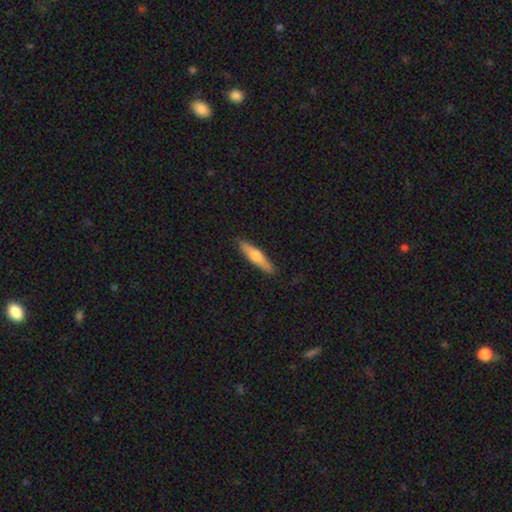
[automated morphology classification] smooth_or_featured: smooth (p=0.51) [alt: featured or disk p=0.43]
how_rounded: cigar-shaped (p=0.81) [alt: in between p=0.17]
merging: none (p=0.90) [alt: minor disturbance p=0.08]